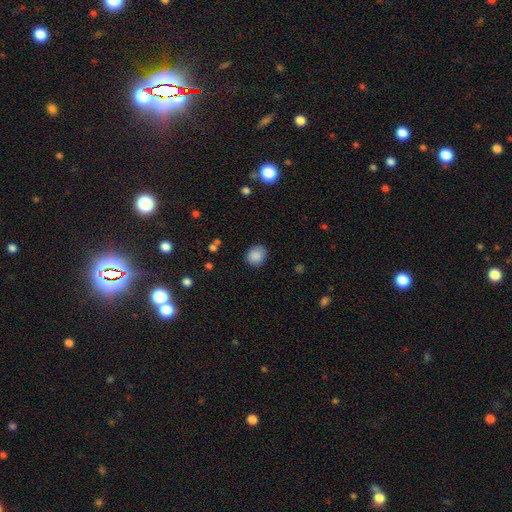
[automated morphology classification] type=smooth (87%); roundness=round (66%); merging=none (85%).